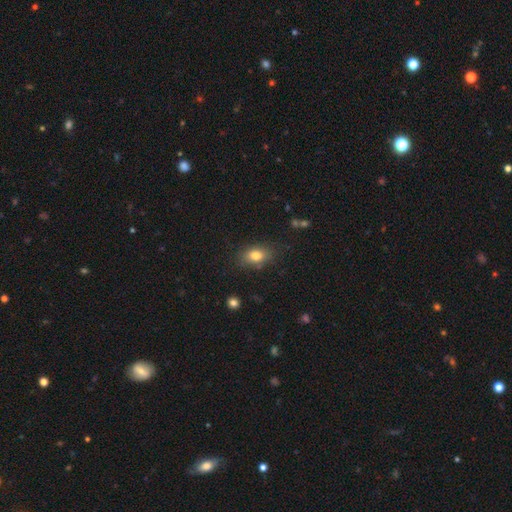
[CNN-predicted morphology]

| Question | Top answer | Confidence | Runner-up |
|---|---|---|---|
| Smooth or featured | smooth | 78% | featured or disk (11%) |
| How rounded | in between | 78% | round (19%) |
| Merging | none | 81% | minor disturbance (14%) |